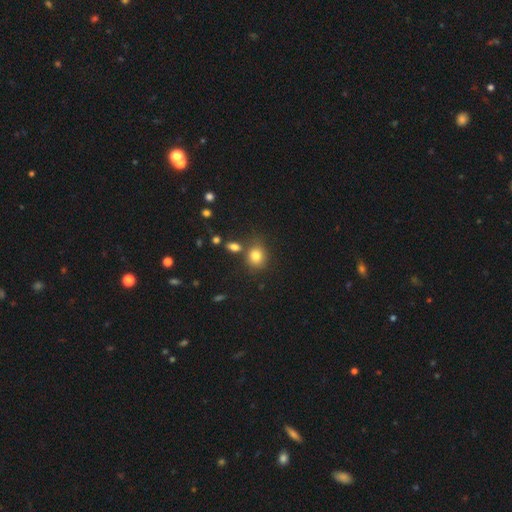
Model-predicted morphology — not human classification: Smooth or featured: smooth — 81% (star or artifact — 12%)
How rounded: round — 69% (in between — 30%)
Merging: none — 67% (merger — 16%)